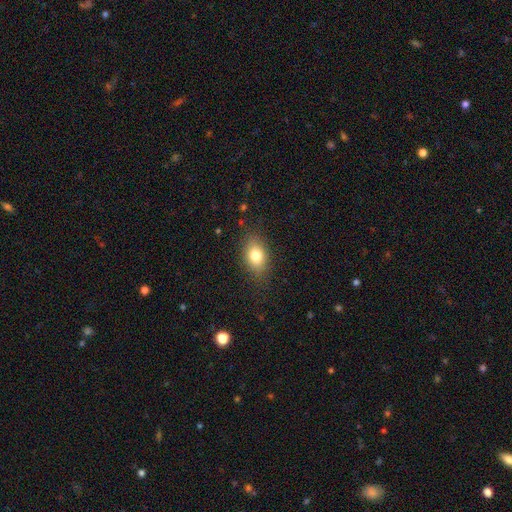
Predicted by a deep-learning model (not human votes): Smooth or featured? smooth (79%)
How rounded? in between (78%)
Merging? none (82%)